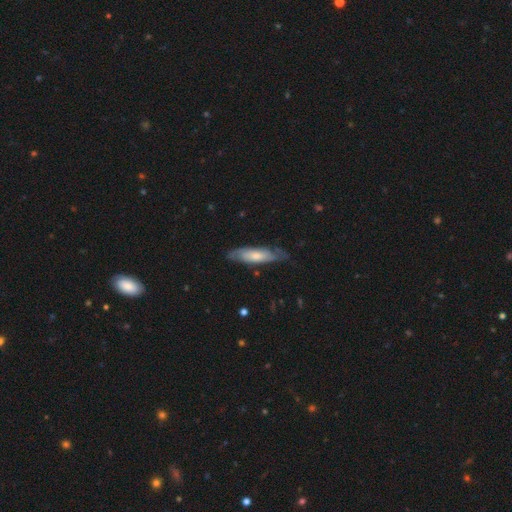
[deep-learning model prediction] This is possibly a smooth galaxy (51%). How rounded: likely cigar-shaped (61%). Merging: likely none (67%).